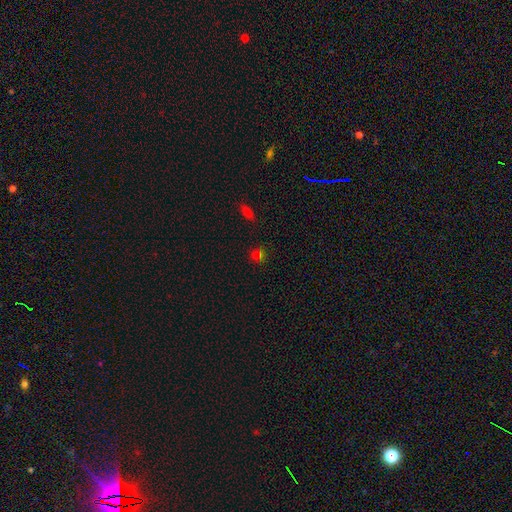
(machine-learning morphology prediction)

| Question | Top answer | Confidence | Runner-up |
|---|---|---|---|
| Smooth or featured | smooth | 56% | star or artifact (34%) |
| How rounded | round | 80% | in between (17%) |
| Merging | none | 70% | merger (15%) |